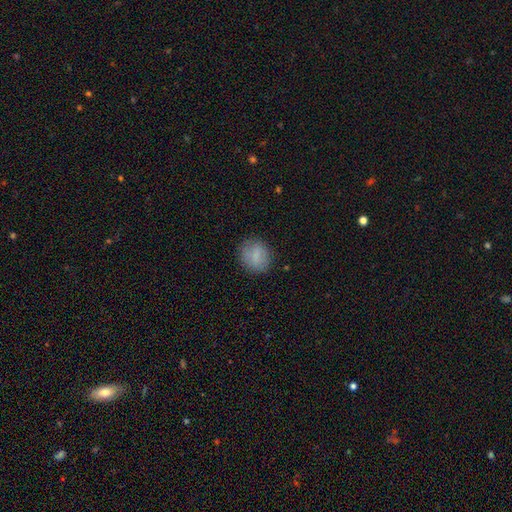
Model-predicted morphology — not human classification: This appears to be a smooth galaxy with no disk features (75%) that is round (63%). Merging: none (81%).